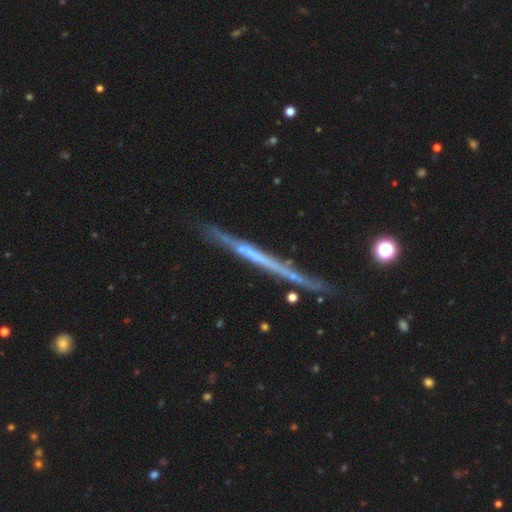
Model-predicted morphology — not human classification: smooth-or-featured: featured or disk: 68% | smooth: 25% | star or artifact: 7%
  disk-edge-on: yes: 96% | no: 4%
    edge-on-bulge: none: 89% | rounded: 7% | boxy: 4%
  merging: none: 82% | minor disturbance: 13% | major disturbance: 3% | merger: 2%